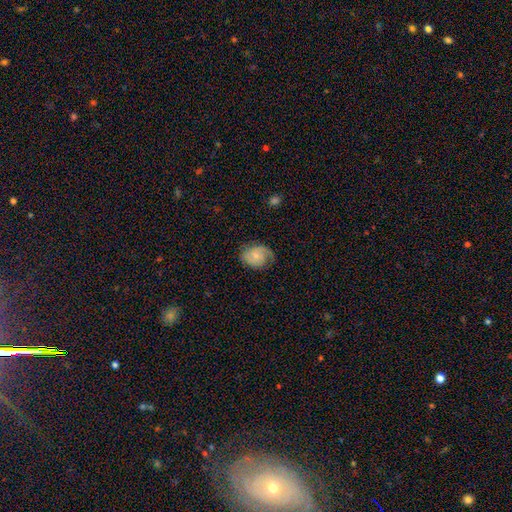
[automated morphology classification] Overall: featured or disk (50%; smooth 42%). Edge-on disk: no (97%). Merging: none (62%; minor disturbance 25%).